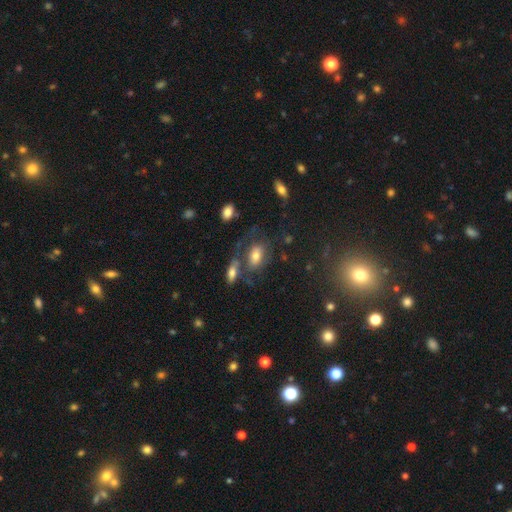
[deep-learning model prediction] Smooth or featured?
  - smooth: 65% *
  - featured or disk: 24%
  - star or artifact: 11%
How rounded?
  - in between: 86% *
  - round: 11%
  - cigar-shaped: 3%
Merging?
  - none: 47% *
  - merger: 19%
  - minor disturbance: 18%
  - major disturbance: 15%